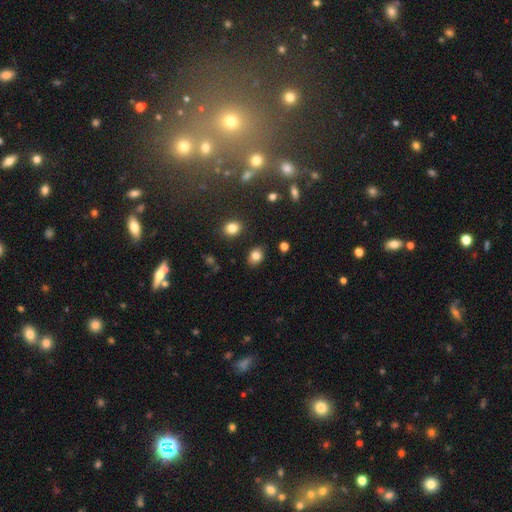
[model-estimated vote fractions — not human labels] Q: Smooth or featured?
A: smooth (82%); runner-up: star or artifact (10%)
Q: How rounded?
A: in between (63%); runner-up: round (36%)
Q: Merging?
A: none (85%); runner-up: minor disturbance (10%)